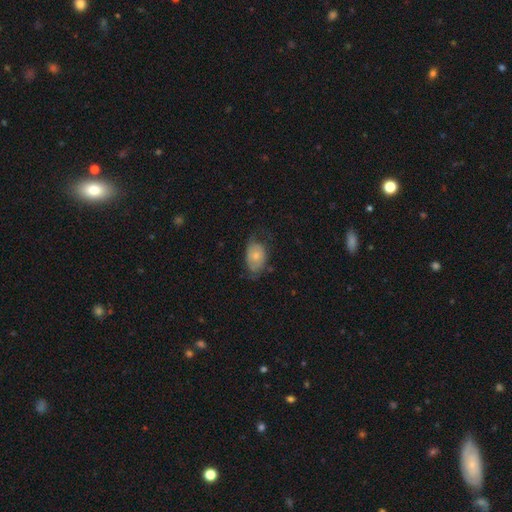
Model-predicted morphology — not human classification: smooth 56%, featured or disk 37%, star or artifact 7%. Down the decision tree: how rounded — in between (84%); merging — none (49%).